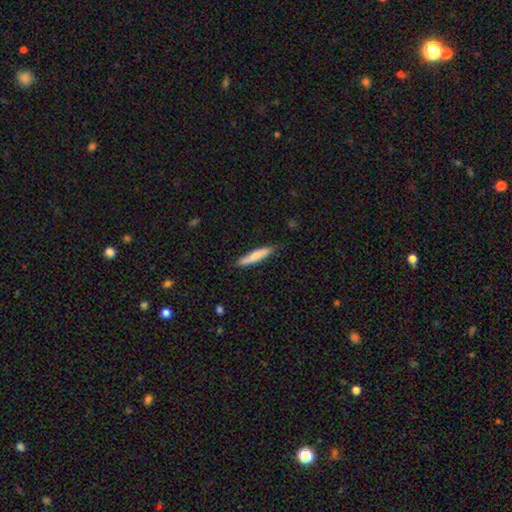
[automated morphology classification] Smooth or featured?
  - smooth: 77% *
  - featured or disk: 18%
  - star or artifact: 6%
How rounded?
  - cigar-shaped: 90% *
  - in between: 9%
  - round: 1%
Merging?
  - none: 83% *
  - minor disturbance: 13%
  - major disturbance: 2%
  - merger: 1%